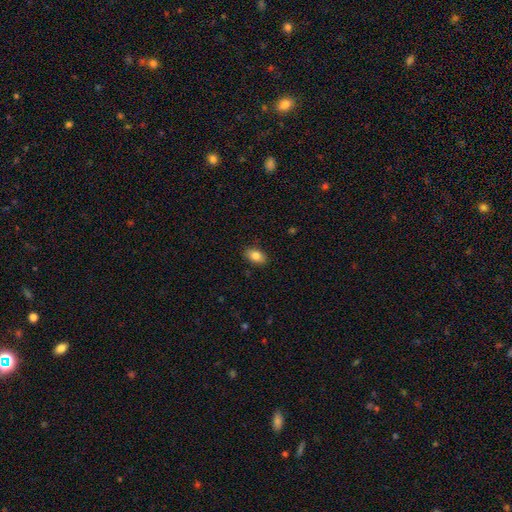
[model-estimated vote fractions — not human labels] This appears to be a smooth galaxy with no disk features (83%) that is in between round and cigar-shaped (90%). Merging: none (88%).